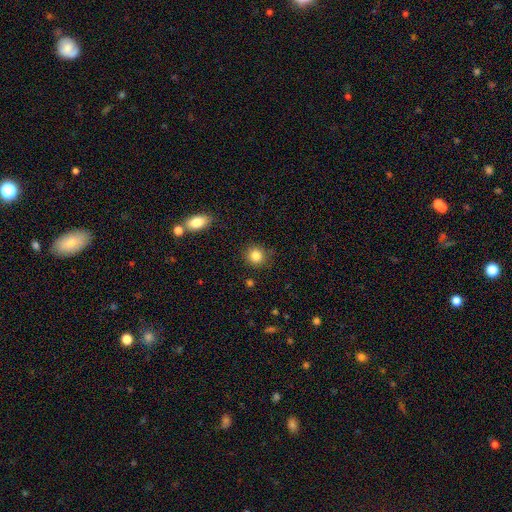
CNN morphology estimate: A smooth galaxy with no disk features (84%) that is round (90%).

Vote fractions:
- Smooth or featured? smooth: 84% / star or artifact: 10% / featured or disk: 5%
- How rounded? round: 90% / in between: 9% / cigar-shaped: 1%
- Merging? none: 87% / minor disturbance: 9% / major disturbance: 3% / merger: 2%